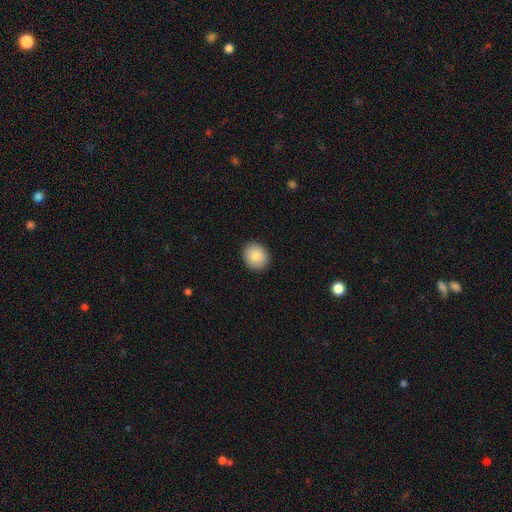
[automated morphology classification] Overall: smooth (84%). How rounded: round (79%). Merging: none (91%).